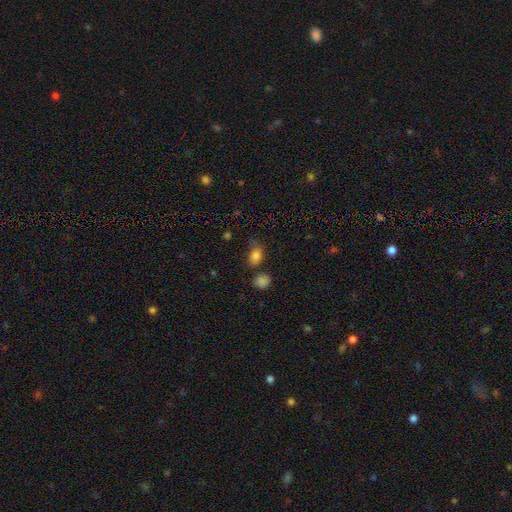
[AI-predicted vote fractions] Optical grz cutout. It shows a smooth galaxy with no disk features (82%) that is in between round and cigar-shaped (70%). Merging: none (52%).